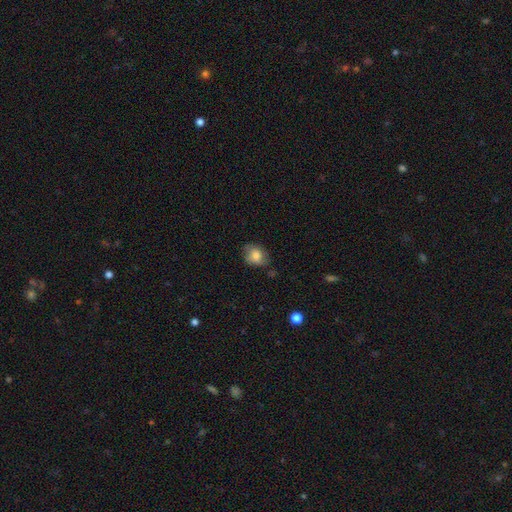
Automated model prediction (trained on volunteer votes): smooth_or_featured: smooth (p=0.75) [alt: featured or disk p=0.16]
how_rounded: in between (p=0.52) [alt: round p=0.47]
merging: none (p=0.61) [alt: minor disturbance p=0.28]